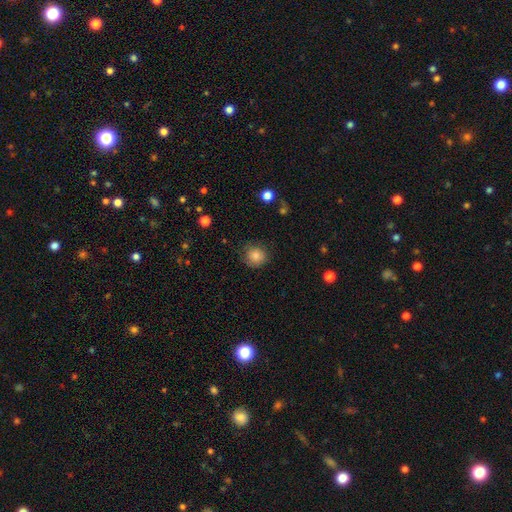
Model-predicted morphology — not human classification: A smooth galaxy with no disk features (82%) that is round (89%). Merging: none (80%).